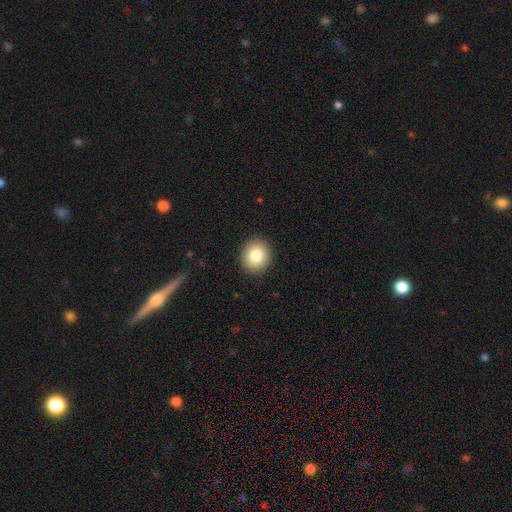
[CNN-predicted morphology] A smooth galaxy with no disk features (81%) that is round (78%).

Vote fractions:
- Smooth or featured? smooth: 81% / featured or disk: 10% / star or artifact: 9%
- How rounded? round: 78% / in between: 21% / cigar-shaped: 1%
- Merging? none: 91% / minor disturbance: 6% / major disturbance: 2% / merger: 1%